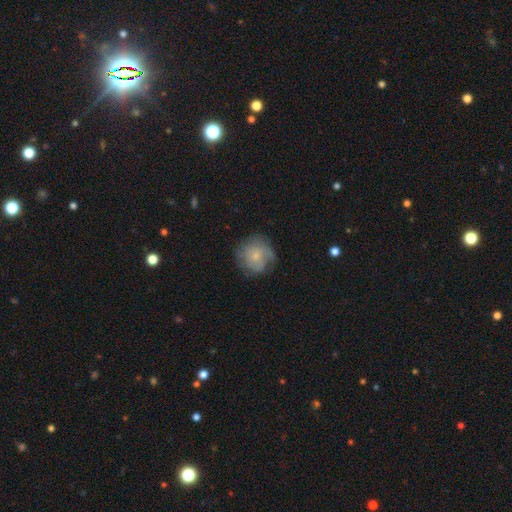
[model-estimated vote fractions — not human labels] A smooth galaxy with no disk features (51%) that is round (89%).

Vote fractions:
- Smooth or featured? smooth: 51% / featured or disk: 41% / star or artifact: 8%
- How rounded? round: 89% / in between: 10% / cigar-shaped: 1%
- Merging? none: 66% / minor disturbance: 22% / major disturbance: 11% / merger: 1%